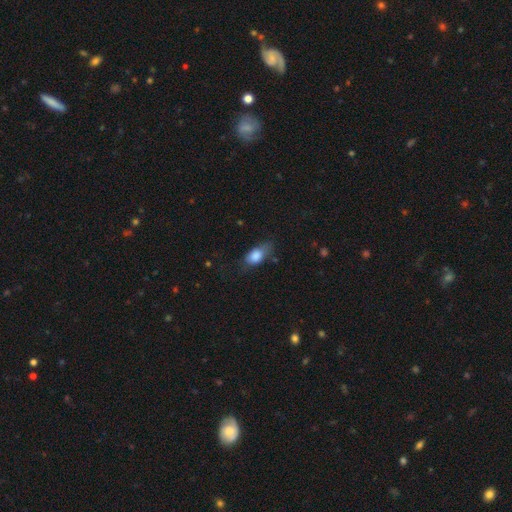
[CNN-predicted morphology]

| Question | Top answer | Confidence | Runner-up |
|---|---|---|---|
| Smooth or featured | smooth | 82% | featured or disk (10%) |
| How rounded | in between | 83% | round (10%) |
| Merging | none | 51% | minor disturbance (33%) |